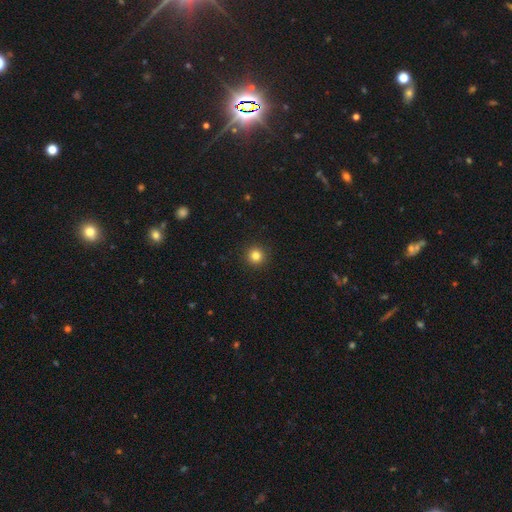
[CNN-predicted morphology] Q: Smooth or featured?
A: smooth (82%); runner-up: star or artifact (12%)
Q: How rounded?
A: round (96%); runner-up: in between (3%)
Q: Merging?
A: none (93%); runner-up: minor disturbance (4%)